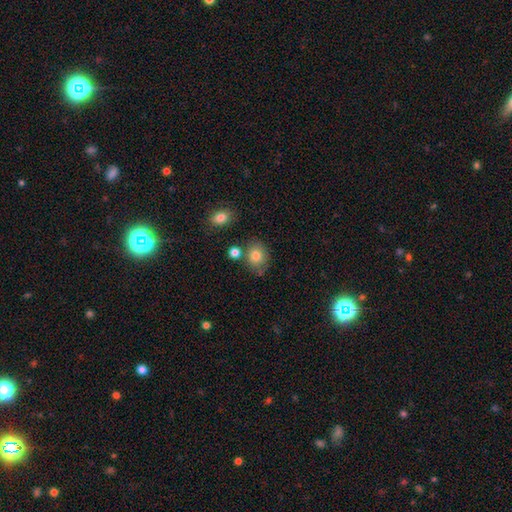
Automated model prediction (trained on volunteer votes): A smooth galaxy with no disk features (81%) that is round (59%).

Vote fractions:
- Smooth or featured? smooth: 81% / star or artifact: 10% / featured or disk: 9%
- How rounded? round: 59% / in between: 40% / cigar-shaped: 1%
- Merging? none: 68% / minor disturbance: 16% / merger: 12% / major disturbance: 4%